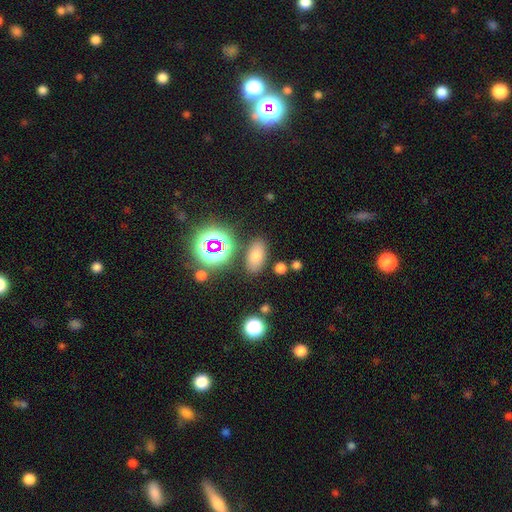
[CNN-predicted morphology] smooth 66%, star or artifact 22%, featured or disk 12%. Down the decision tree: how rounded — in between (85%); merging — none (83%).